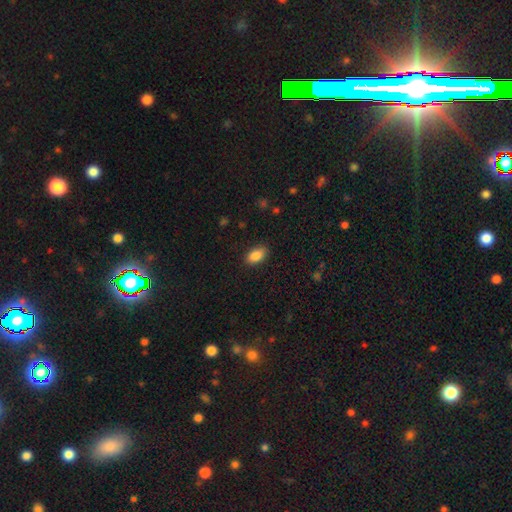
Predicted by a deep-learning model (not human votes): Smooth or featured?
  - smooth: 87% *
  - star or artifact: 8%
  - featured or disk: 5%
How rounded?
  - in between: 91% *
  - round: 6%
  - cigar-shaped: 3%
Merging?
  - none: 87% *
  - minor disturbance: 10%
  - major disturbance: 2%
  - merger: 1%